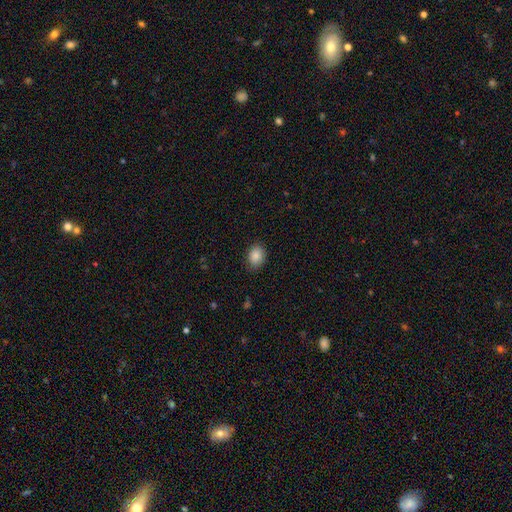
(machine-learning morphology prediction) Smooth or featured?
  - smooth: 88% *
  - star or artifact: 8%
  - featured or disk: 4%
How rounded?
  - in between: 66% *
  - round: 33%
  - cigar-shaped: 1%
Merging?
  - none: 85% *
  - minor disturbance: 12%
  - major disturbance: 3%
  - merger: 1%